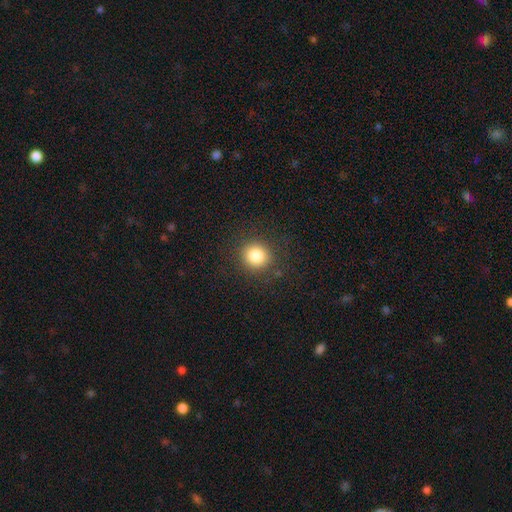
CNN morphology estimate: Q: Smooth or featured?
A: smooth (83%); runner-up: star or artifact (11%)
Q: How rounded?
A: round (88%); runner-up: in between (11%)
Q: Merging?
A: none (87%); runner-up: minor disturbance (8%)